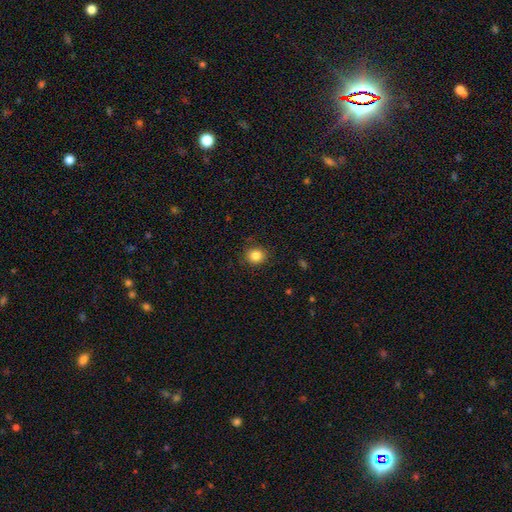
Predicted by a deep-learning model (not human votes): Q: Smooth or featured?
A: smooth (85%); runner-up: star or artifact (10%)
Q: How rounded?
A: round (82%); runner-up: in between (17%)
Q: Merging?
A: none (86%); runner-up: minor disturbance (10%)